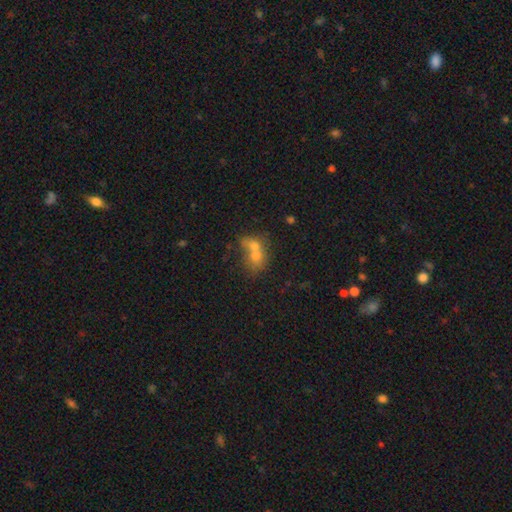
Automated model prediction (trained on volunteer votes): Q: Smooth or featured?
A: smooth (63%); runner-up: featured or disk (24%)
Q: How rounded?
A: round (55%); runner-up: in between (44%)
Q: Merging?
A: merger (70%); runner-up: none (19%)